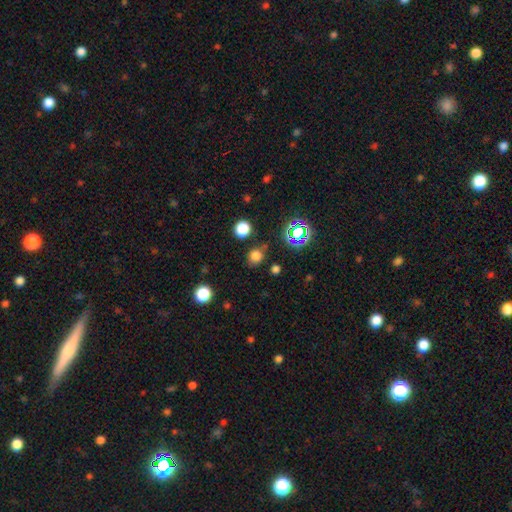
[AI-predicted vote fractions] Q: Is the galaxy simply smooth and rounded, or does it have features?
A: smooth — 72%.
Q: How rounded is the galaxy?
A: round — 81%.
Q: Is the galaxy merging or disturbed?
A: none — 79%.